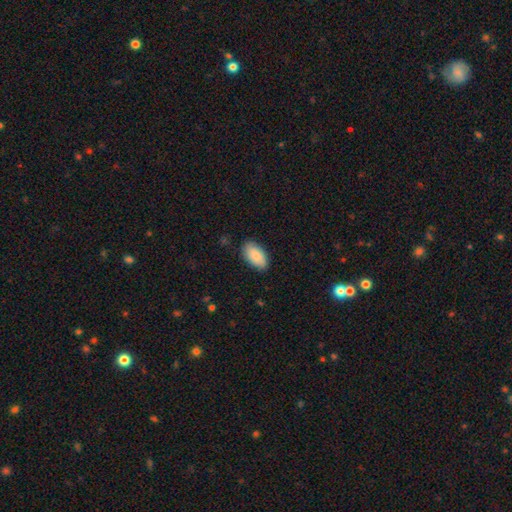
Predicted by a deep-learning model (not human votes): Smooth or featured? smooth (88%)
How rounded? in between (95%)
Merging? none (85%)